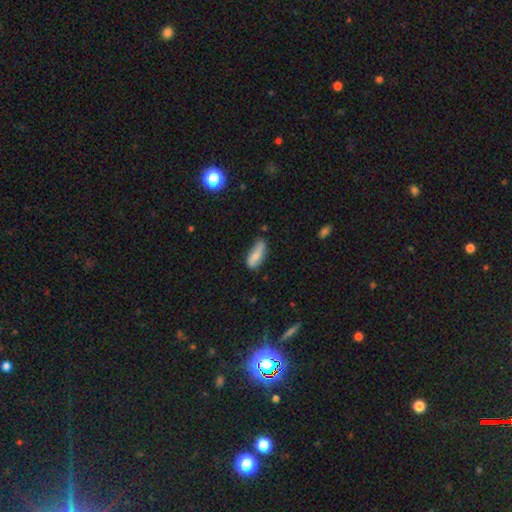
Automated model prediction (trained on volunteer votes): This appears to be a smooth galaxy with no disk features (72%) that is in between round and cigar-shaped (74%). Merging: none (54%).